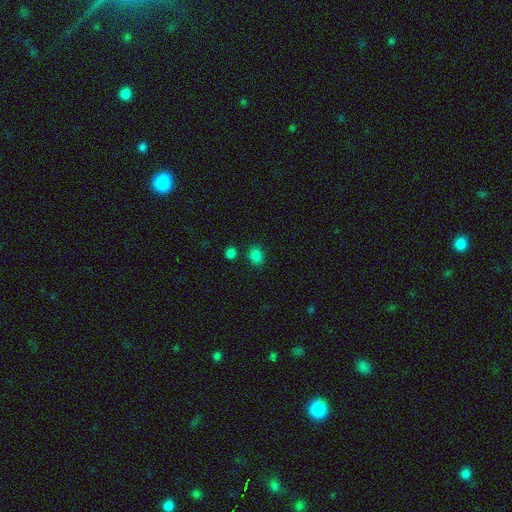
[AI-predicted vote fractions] Morphology: type=smooth (84%); roundness=in between (63%); merging=none (82%).